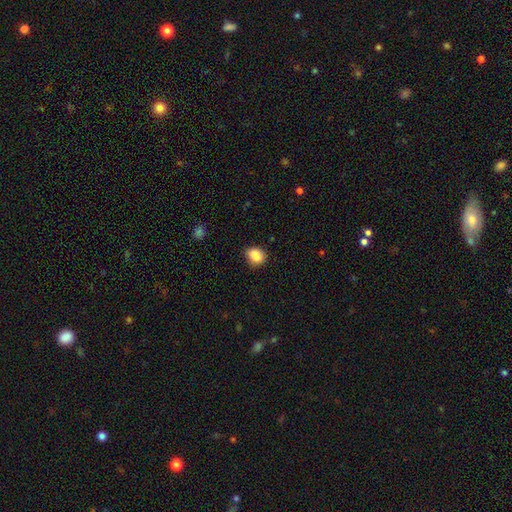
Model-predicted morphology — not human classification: Overall: smooth (83%). How rounded: round (53%; in between 45%). Merging: none (59%; minor disturbance 22%).